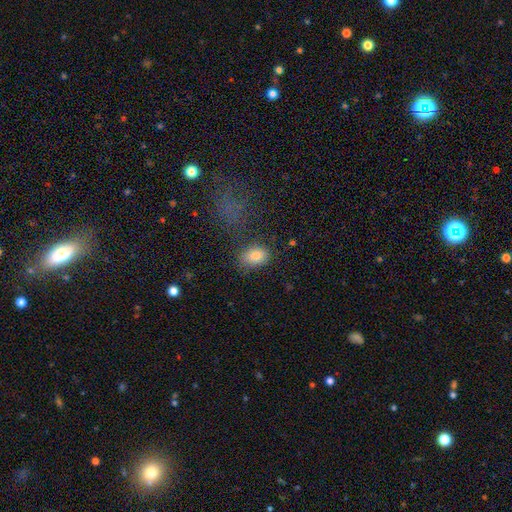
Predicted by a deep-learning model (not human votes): smooth_or_featured: smooth (p=0.82) [alt: star or artifact p=0.10]
how_rounded: in between (p=0.76) [alt: round p=0.22]
merging: none (p=0.72) [alt: minor disturbance p=0.18]